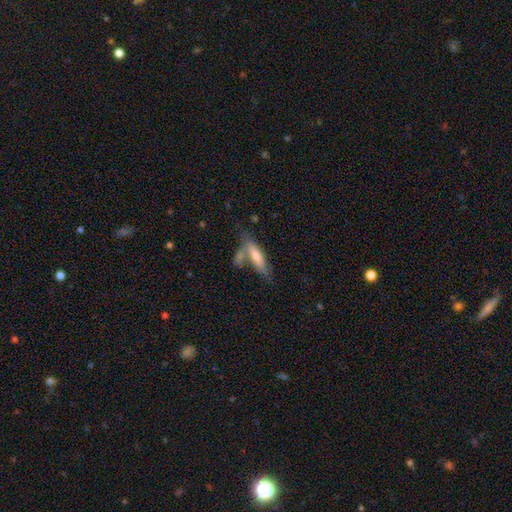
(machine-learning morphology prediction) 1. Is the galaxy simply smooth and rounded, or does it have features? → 67% smooth, 27% featured or disk, 7% star or artifact.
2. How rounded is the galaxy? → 66% cigar-shaped, 32% in between, 2% round.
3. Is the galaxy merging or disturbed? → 50% none, 27% merger, 16% minor disturbance, 7% major disturbance.